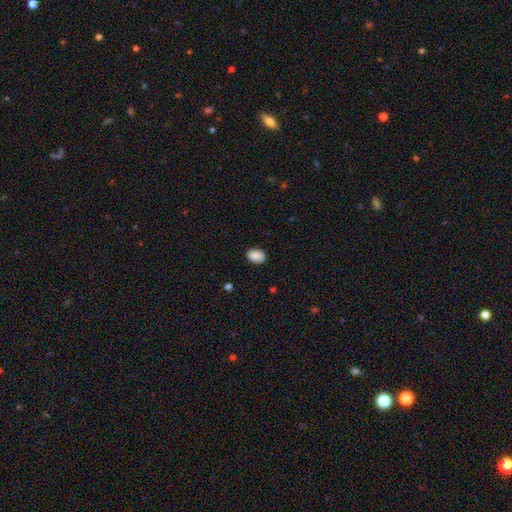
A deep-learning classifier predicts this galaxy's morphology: The model was most divided on "how rounded": in between: 82%, round: 17%, cigar-shaped: 1%. More confident: smooth or featured — smooth (86%); merging — none (82%).